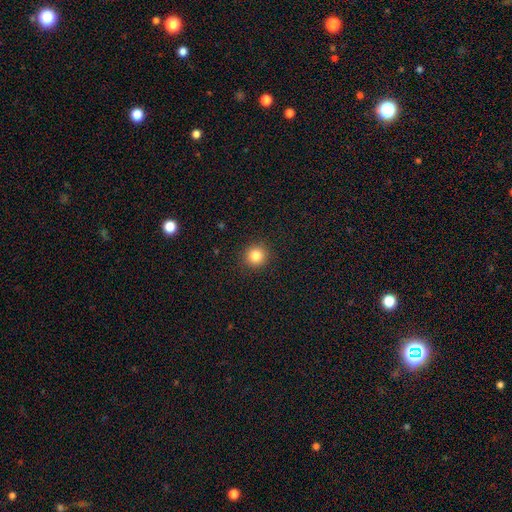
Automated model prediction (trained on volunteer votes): Smooth or featured: smooth — 83% (star or artifact — 12%)
How rounded: round — 93% (in between — 6%)
Merging: none — 91% (minor disturbance — 6%)